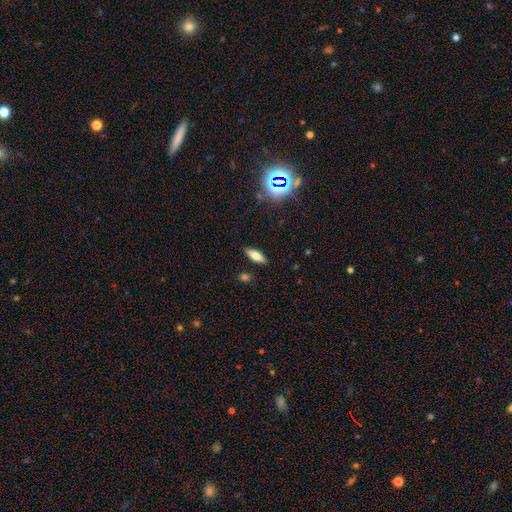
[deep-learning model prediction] Smooth or featured? smooth (69%)
How rounded? in between (61%)
Merging? none (87%)